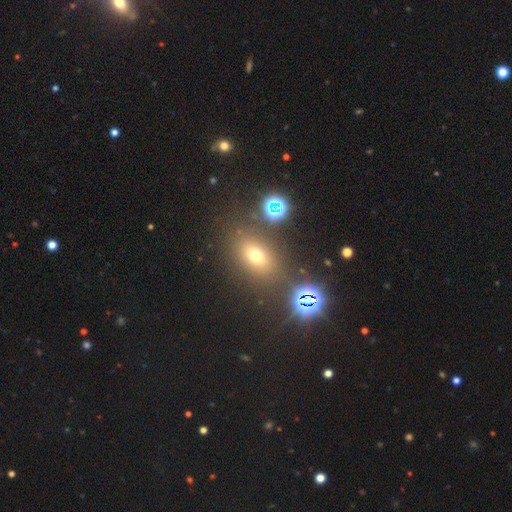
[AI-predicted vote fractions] A smooth galaxy with no disk features (60%) that is in between round and cigar-shaped (58%).

Vote fractions:
- Smooth or featured? smooth: 60% / star or artifact: 27% / featured or disk: 12%
- How rounded? in between: 58% / round: 39% / cigar-shaped: 2%
- Merging? none: 78% / minor disturbance: 11% / merger: 6% / major disturbance: 6%